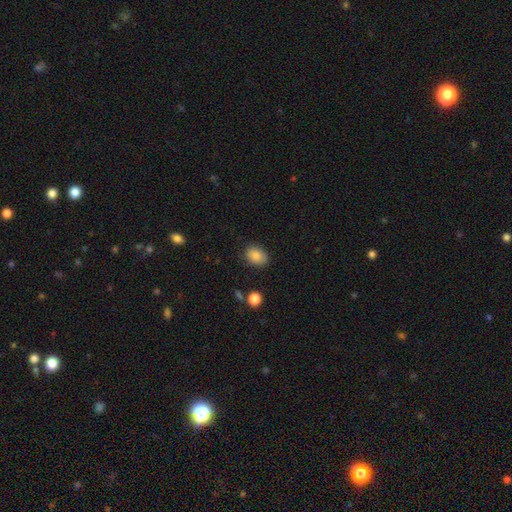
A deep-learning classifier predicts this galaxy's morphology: Smooth or featured: smooth — 85% (star or artifact — 9%)
How rounded: in between — 72% (round — 27%)
Merging: none — 83% (minor disturbance — 13%)